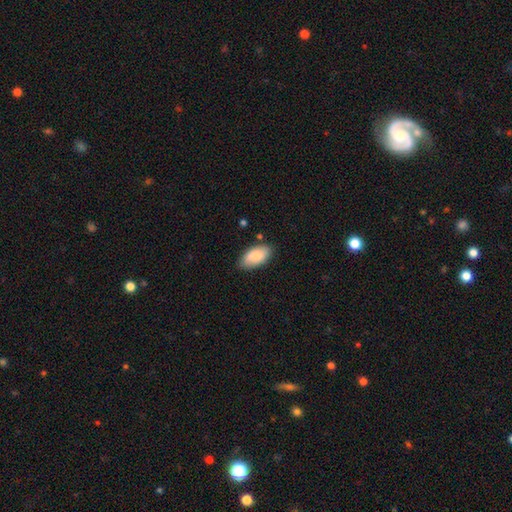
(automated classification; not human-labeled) Morphology: type=smooth (85%); roundness=in between (94%); merging=none (79%).